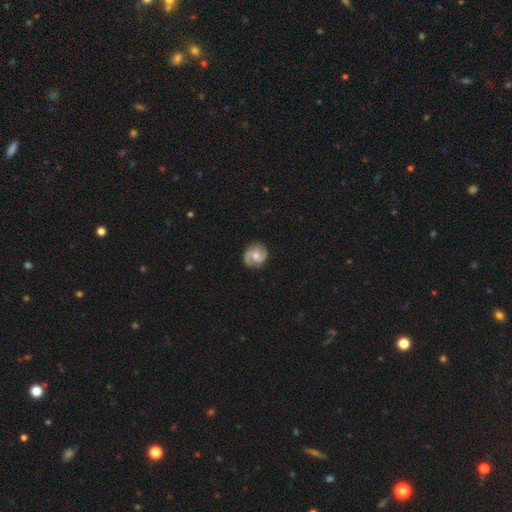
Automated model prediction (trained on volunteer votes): A featured or disk galaxy (82%) with no bar (57%), 2 (90%) medium (48%) spiral arms (96%) and a moderate central bulge (69%).

Vote fractions:
- Smooth or featured? featured or disk: 82% / smooth: 13% / star or artifact: 6%
- Edge-on disk? no: 98% / yes: 2%
- Bar? no: 57% / weak: 35% / strong: 8%
- Spiral arms? yes: 96% / no: 4%
- Spiral winding? medium: 48% / tight: 36% / loose: 15%
- Spiral arm count? 2: 90% / can't tell: 4% / 1: 2% / 3: 2% / 4: 1% / more than 4: 1%
- Bulge size? moderate: 69% / small: 25% / large: 4% / none: 2% / dominant: 1%
- Merging? none: 84% / minor disturbance: 12% / major disturbance: 3% / merger: 1%